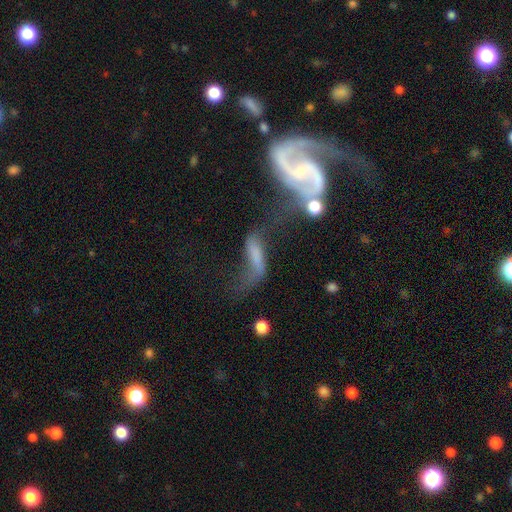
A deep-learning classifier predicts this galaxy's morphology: smooth-or-featured: featured or disk: 54% | smooth: 34% | star or artifact: 13%
  disk-edge-on: no: 83% | yes: 17%
  merging: major disturbance: 29% (tied) | merger: 29% (tied) | none: 26% | minor disturbance: 16%